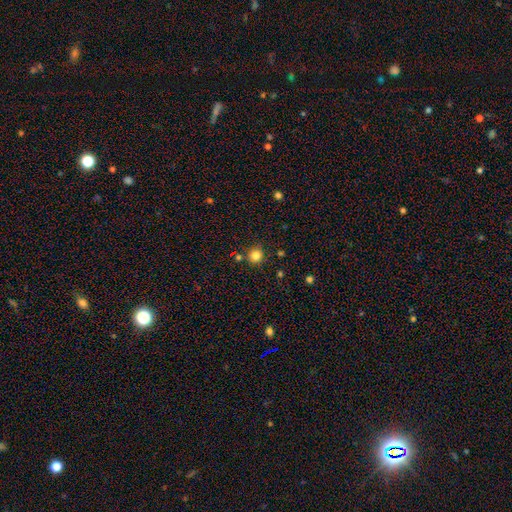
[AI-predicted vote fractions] Smooth or featured: smooth — 82% (star or artifact — 13%)
How rounded: round — 92% (in between — 7%)
Merging: none — 85% (minor disturbance — 8%)